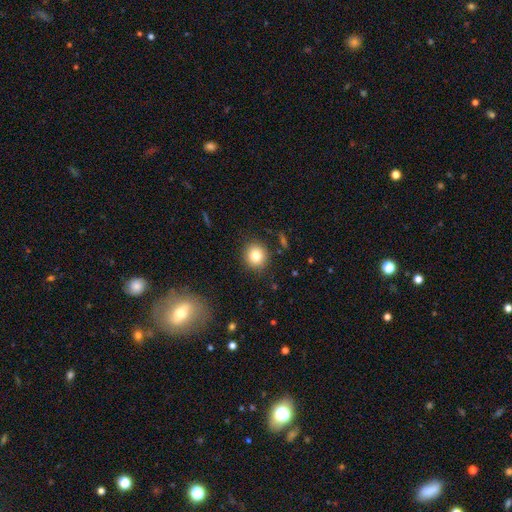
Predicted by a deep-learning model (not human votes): This is clearly a smooth galaxy (81%). How rounded: clearly round (88%). Merging: clearly none (89%).